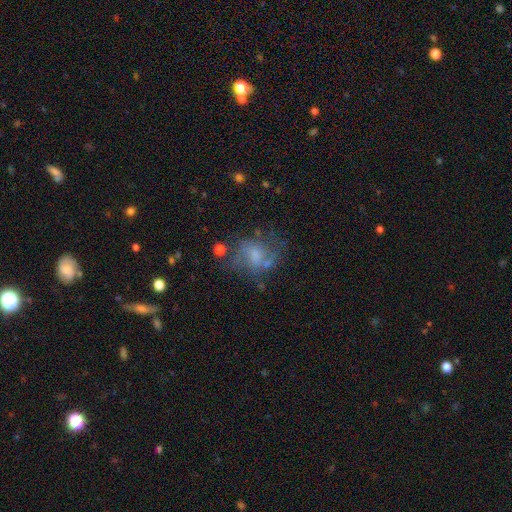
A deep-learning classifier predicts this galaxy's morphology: smooth-or-featured: featured or disk: 54% | smooth: 33% | star or artifact: 13%
  disk-edge-on: no: 97% | yes: 3%
    bar: no: 59% | weak: 34% | strong: 6%
    has-spiral-arms: yes: 64% | no: 36%
    bulge-size: moderate: 36% | small: 33% | none: 22% | large: 8% | dominant: 2%
  merging: none: 50% | major disturbance: 22% | minor disturbance: 21% | merger: 7%